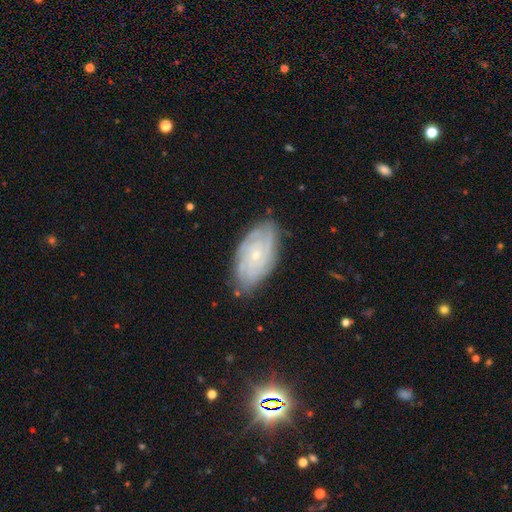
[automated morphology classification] Overall: featured or disk (76%). Edge-on disk: no (94%). Bar: no (79%). Spiral arms: yes (93%). Spiral arm count: can't tell (43%; 4 17%). Spiral winding: tight (74%). Bulge size: small (79%). Merging: none (79%).